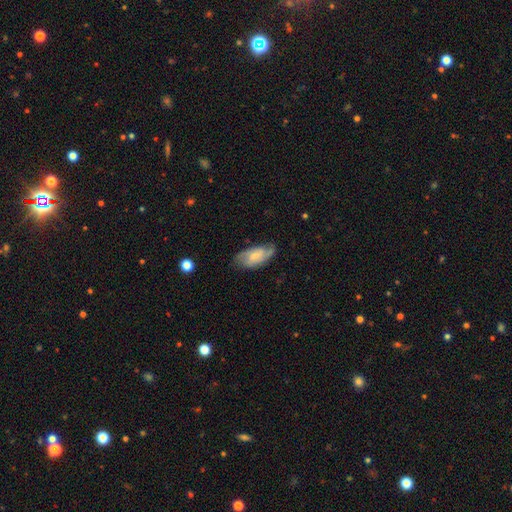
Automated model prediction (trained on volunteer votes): smooth_or_featured: featured or disk (p=0.58) [alt: smooth p=0.35]
disk_edge_on: no (p=0.93) [alt: yes p=0.07]
bar: no (p=0.52) [alt: weak p=0.38]
has_spiral_arms: yes (p=0.90) [alt: no p=0.10]
bulge_size: small (p=0.55) [alt: moderate p=0.27]
merging: none (p=0.70) [alt: minor disturbance p=0.22]